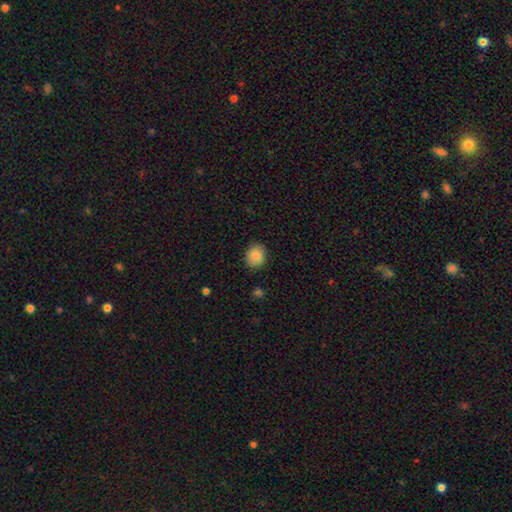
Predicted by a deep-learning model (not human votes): A smooth galaxy with no disk features (87%) that is round (68%). Merging: none (88%).